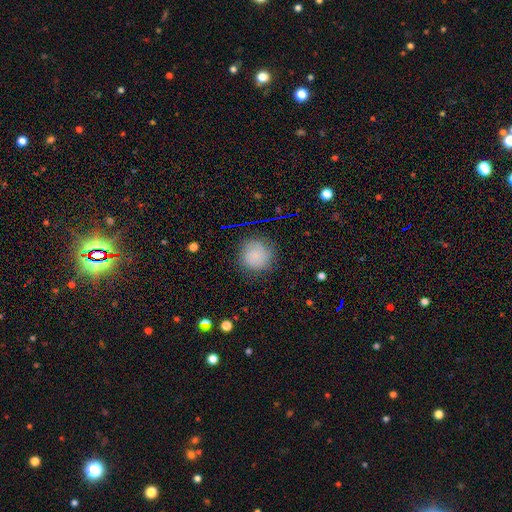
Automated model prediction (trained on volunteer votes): Morphology: type=smooth (75%); roundness=round (93%); merging=none (80%).